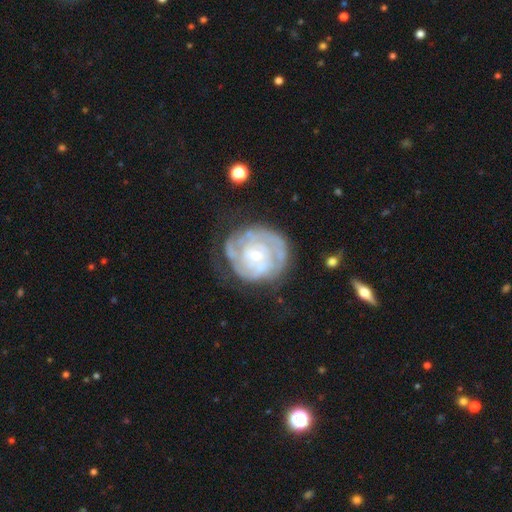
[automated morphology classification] Smooth or featured: featured or disk — 81% (smooth — 13%)
Edge-on disk: no — 98% (yes — 2%)
Bar: no — 72% (weak — 23%)
Spiral arms: yes — 85% (no — 15%)
Spiral winding: tight — 74% (medium — 20%)
Spiral arm count: can't tell — 45% (2 — 26%)
Bulge size: small — 64% (moderate — 31%)
Merging: none — 60% (minor disturbance — 22%)